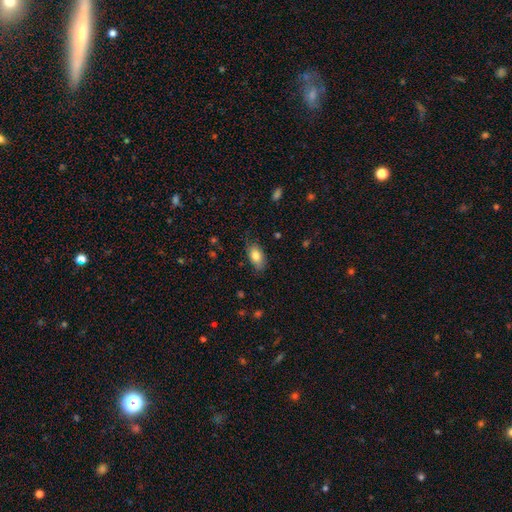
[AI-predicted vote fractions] Smooth or featured? smooth (80%)
How rounded? in between (90%)
Merging? none (75%)